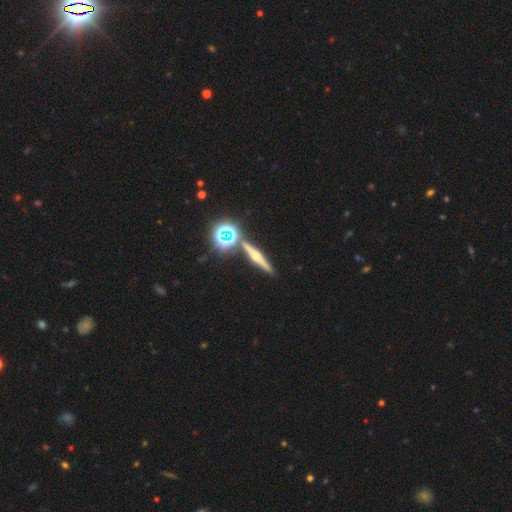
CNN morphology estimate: type=featured or disk (66%); edge-on=yes (95%); edge-on bulge=rounded (92%); merging=none (85%).